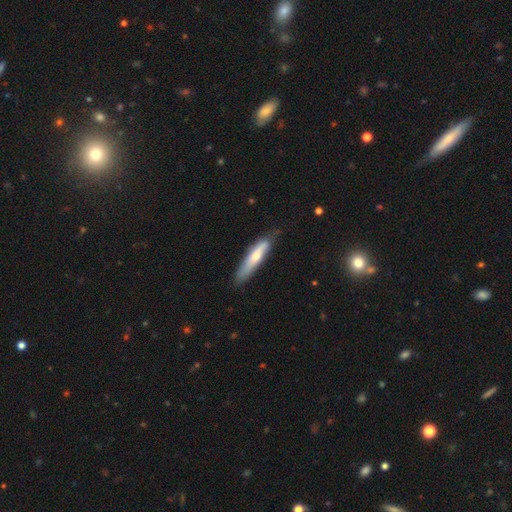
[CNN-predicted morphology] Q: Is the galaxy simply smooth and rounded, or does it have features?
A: smooth — 55%.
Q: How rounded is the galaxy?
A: cigar-shaped — 78%.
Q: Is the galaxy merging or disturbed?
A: none — 65%.